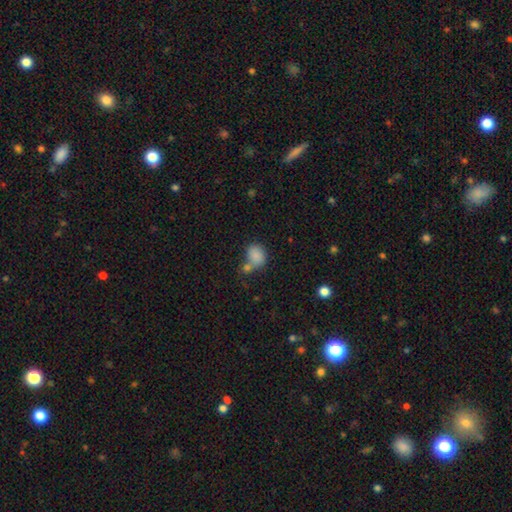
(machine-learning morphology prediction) Smooth or featured? smooth (84%)
How rounded? in between (57%)
Merging? none (42%)